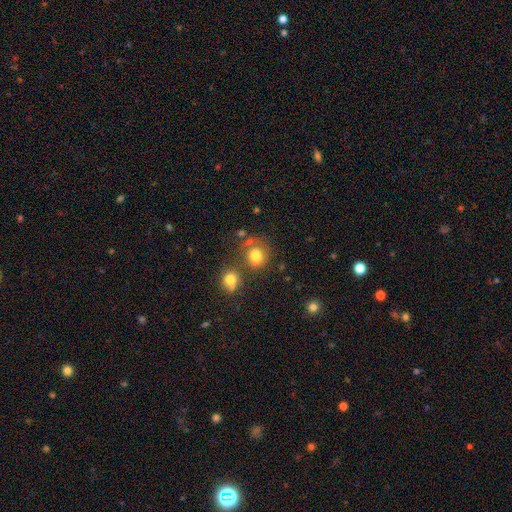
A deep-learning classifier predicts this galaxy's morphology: smooth_or_featured: smooth (p=0.77) [alt: star or artifact p=0.13]
how_rounded: round (p=0.77) [alt: in between p=0.22]
merging: none (p=0.61) [alt: merger p=0.19]